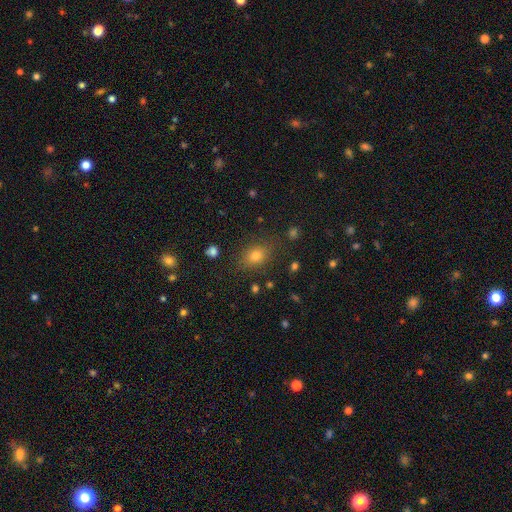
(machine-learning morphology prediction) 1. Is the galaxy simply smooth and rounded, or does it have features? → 75% smooth, 17% star or artifact, 8% featured or disk.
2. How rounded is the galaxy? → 61% in between, 37% round, 2% cigar-shaped.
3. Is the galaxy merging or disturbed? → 83% none, 11% minor disturbance, 4% major disturbance, 2% merger.